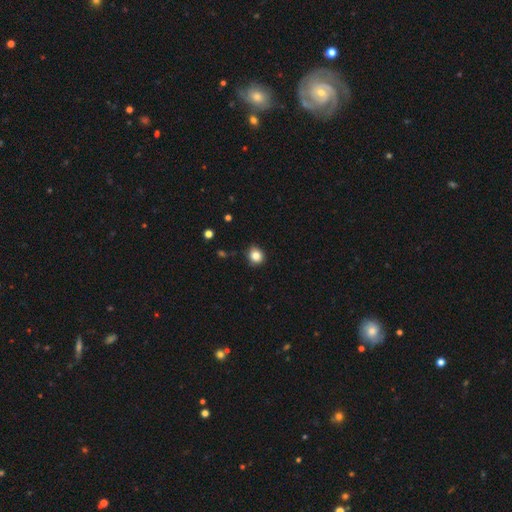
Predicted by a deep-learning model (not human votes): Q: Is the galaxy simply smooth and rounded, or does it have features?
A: smooth — 83%.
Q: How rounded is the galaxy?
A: round — 77%.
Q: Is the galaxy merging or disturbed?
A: none — 85%.